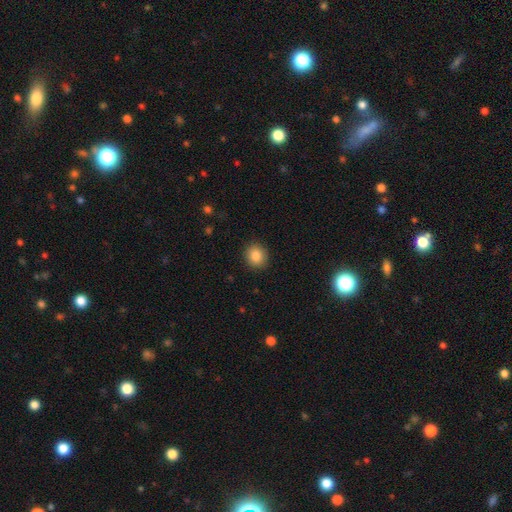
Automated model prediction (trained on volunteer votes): Overall: smooth (84%). How rounded: round (85%). Merging: none (91%).